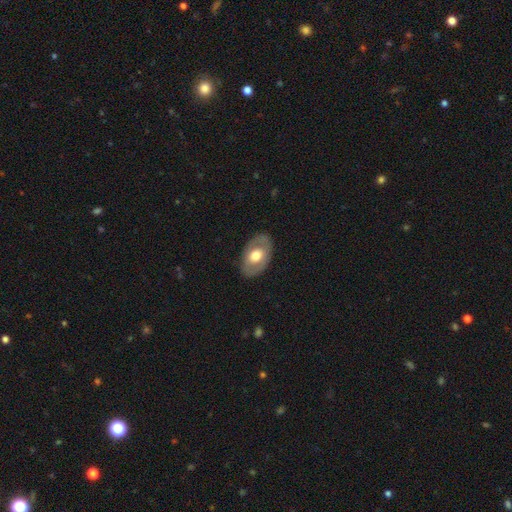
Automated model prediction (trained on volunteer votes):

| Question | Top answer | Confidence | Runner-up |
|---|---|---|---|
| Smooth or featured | smooth | 50% | featured or disk (45%) |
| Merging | none | 83% | minor disturbance (12%) |